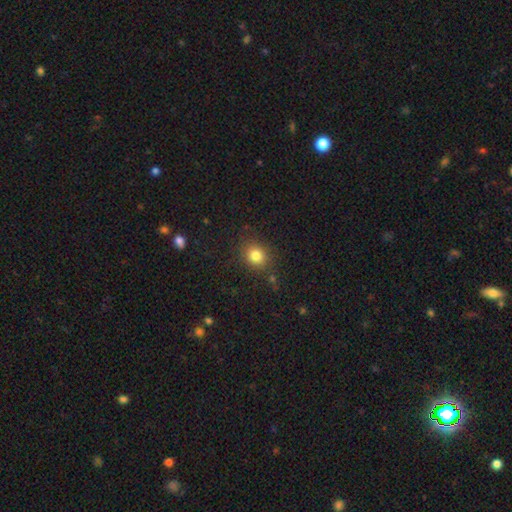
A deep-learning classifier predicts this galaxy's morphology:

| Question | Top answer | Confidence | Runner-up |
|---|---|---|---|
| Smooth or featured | smooth | 82% | star or artifact (12%) |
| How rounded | round | 74% | in between (25%) |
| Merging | none | 84% | minor disturbance (10%) |